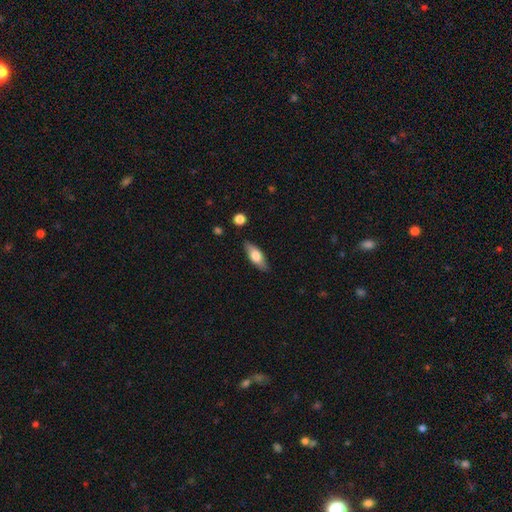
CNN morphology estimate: A smooth galaxy with no disk features (65%) that is in between round and cigar-shaped (71%). Merging: none (84%).